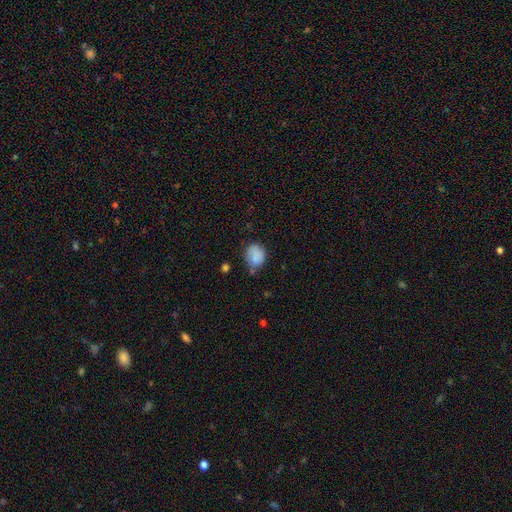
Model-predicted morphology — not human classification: Smooth or featured? Predicted: smooth (p=0.84). How rounded? Predicted: round (p=0.52). Merging? Predicted: none (p=0.57).